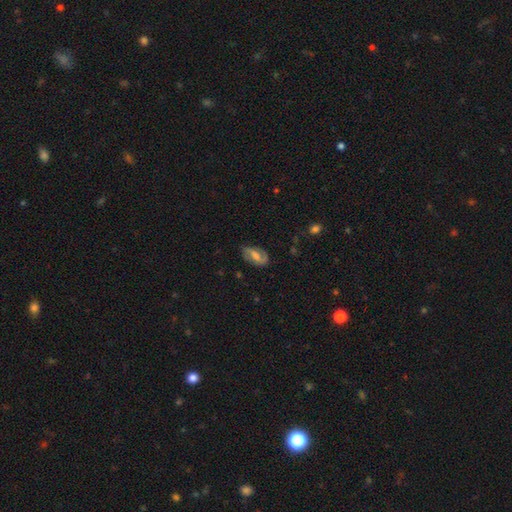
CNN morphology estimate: Smooth or featured?
  - featured or disk: 63% *
  - smooth: 30%
  - star or artifact: 8%
Edge-on disk?
  - no: 94% *
  - yes: 6%
Bar?
  - weak: 46% *
  - no: 27%
  - strong: 27%
Spiral arms?
  - yes: 83% *
  - no: 17%
Bulge size?
  - moderate: 44% *
  - small: 24%
  - large: 18%
  - none: 12%
  - dominant: 2%
Merging?
  - none: 75% *
  - minor disturbance: 18%
  - major disturbance: 6%
  - merger: 2%